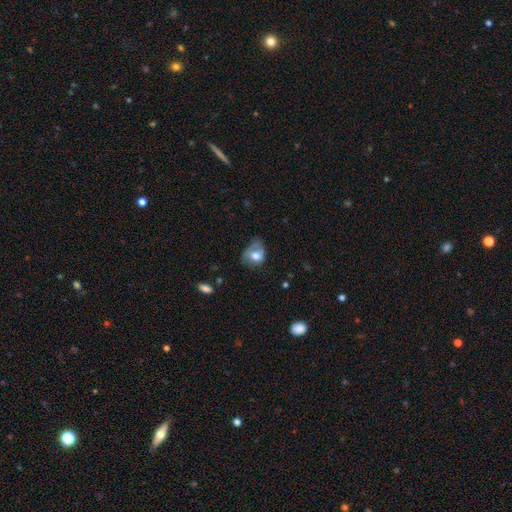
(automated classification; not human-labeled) Q: Smooth or featured?
A: smooth (65%); runner-up: featured or disk (26%)
Q: How rounded?
A: in between (60%); runner-up: round (39%)
Q: Merging?
A: minor disturbance (37%); runner-up: major disturbance (33%)